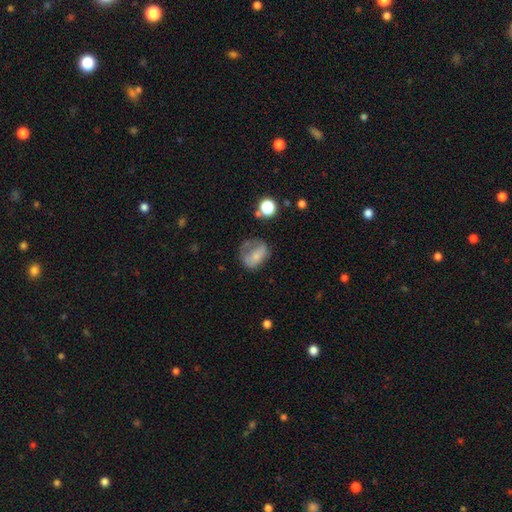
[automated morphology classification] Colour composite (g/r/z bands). It shows a smooth galaxy with no disk features (61%) that is in between round and cigar-shaped (53%). Merging: major disturbance (33%, tied with none).